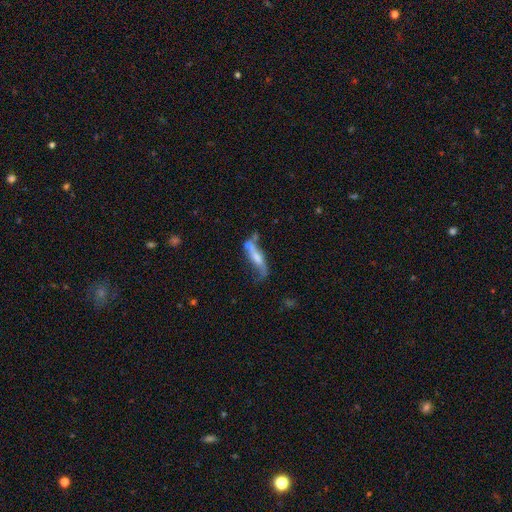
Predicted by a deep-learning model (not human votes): Q: Smooth or featured?
A: featured or disk (52%); runner-up: smooth (41%)
Q: Edge-on disk?
A: no (50%); tied with: yes (50%)
Q: Merging?
A: none (37%); runner-up: minor disturbance (27%)